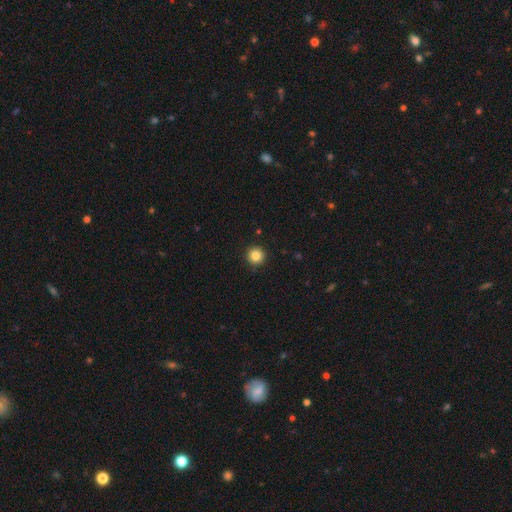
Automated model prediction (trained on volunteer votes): Q: Smooth or featured?
A: smooth (85%); runner-up: star or artifact (11%)
Q: How rounded?
A: round (96%); runner-up: in between (3%)
Q: Merging?
A: none (93%); runner-up: minor disturbance (5%)